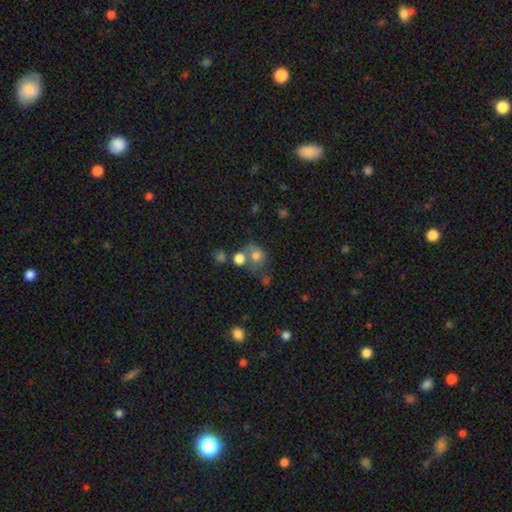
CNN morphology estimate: Smooth or featured: smooth — 71% (featured or disk — 16%)
How rounded: round — 69% (in between — 30%)
Merging: none — 38% (merger — 37%)